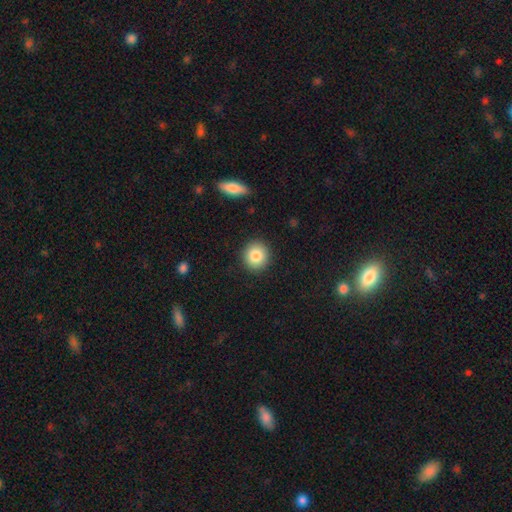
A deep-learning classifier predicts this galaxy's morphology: smooth-or-featured: smooth: 83% | star or artifact: 9% | featured or disk: 8%
  how-rounded: round: 88% | in between: 11% | cigar-shaped: 1%
  merging: none: 90% | minor disturbance: 6% | major disturbance: 2% | merger: 1%